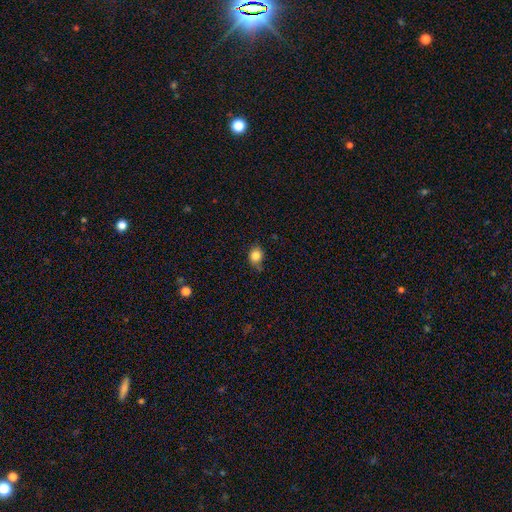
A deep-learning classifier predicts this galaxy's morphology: Smooth or featured? smooth (83%)
How rounded? round (65%)
Merging? none (64%)